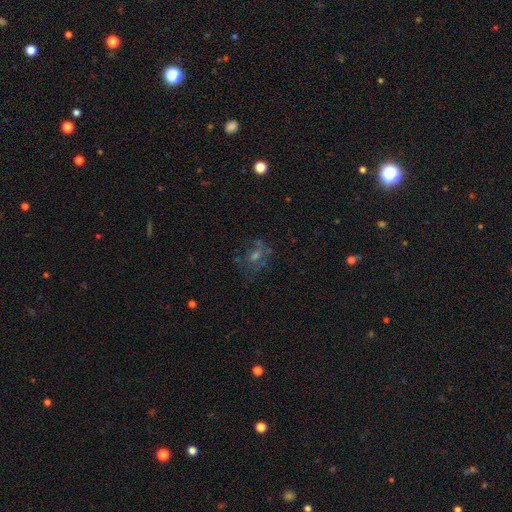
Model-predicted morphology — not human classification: A featured or disk galaxy (41%).

Vote fractions:
- Smooth or featured? featured or disk: 41% / smooth: 30% / star or artifact: 29%
- Merging? none: 59% / major disturbance: 19% / minor disturbance: 18% / merger: 4%